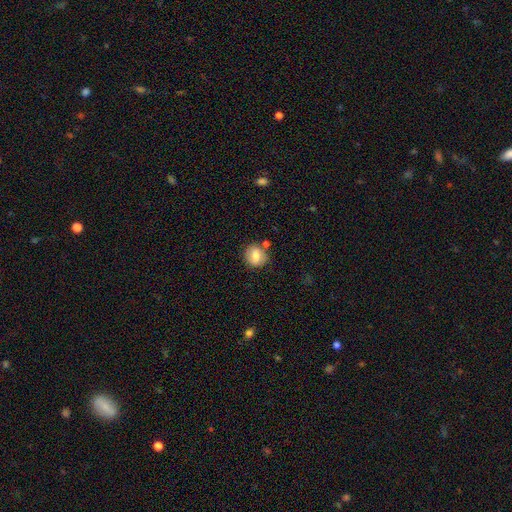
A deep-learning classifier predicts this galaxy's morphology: Smooth or featured: smooth — 77% (featured or disk — 15%)
How rounded: round — 77% (in between — 22%)
Merging: none — 74% (minor disturbance — 14%)